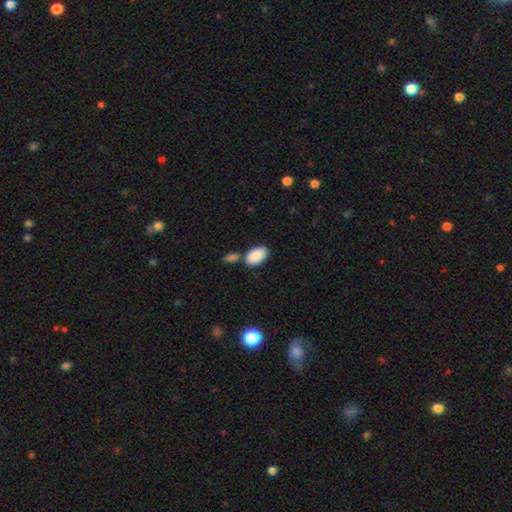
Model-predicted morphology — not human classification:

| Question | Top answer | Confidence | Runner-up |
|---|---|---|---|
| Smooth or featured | smooth | 88% | star or artifact (7%) |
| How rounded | in between | 95% | round (4%) |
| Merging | none | 63% | merger (21%) |